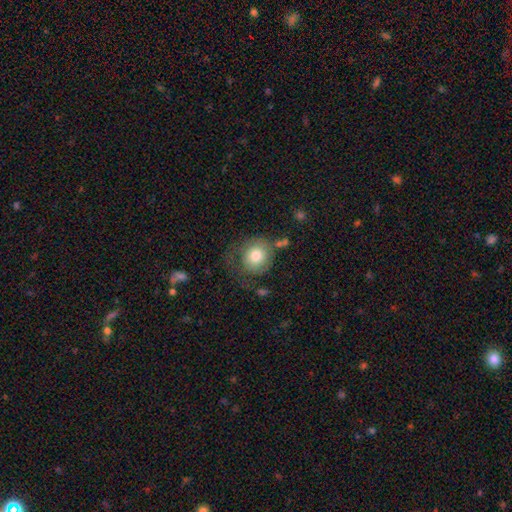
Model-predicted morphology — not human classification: This is likely a smooth galaxy (73%). How rounded: clearly round (84%). Merging: possibly none (46%).